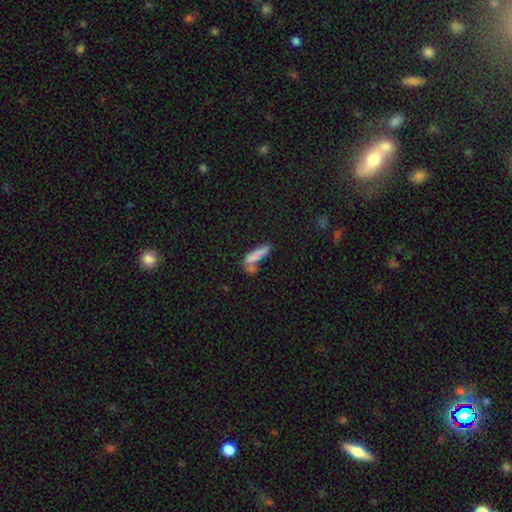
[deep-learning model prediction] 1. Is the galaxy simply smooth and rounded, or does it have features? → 76% smooth, 14% featured or disk, 9% star or artifact.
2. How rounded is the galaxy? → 80% cigar-shaped, 18% in between, 2% round.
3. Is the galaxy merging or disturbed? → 48% none, 27% merger, 16% minor disturbance, 8% major disturbance.